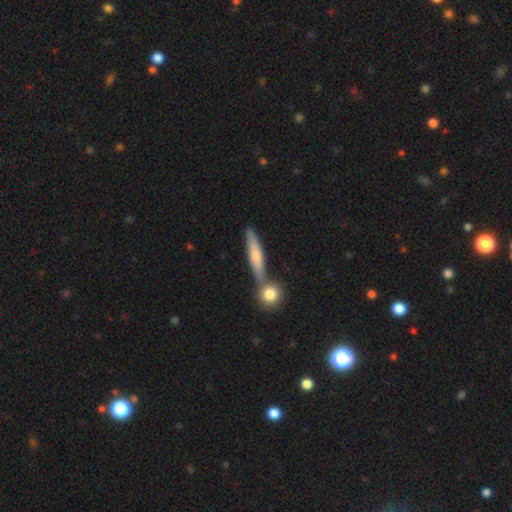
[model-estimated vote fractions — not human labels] Smooth or featured? smooth (60%)
How rounded? cigar-shaped (82%)
Merging? none (64%)